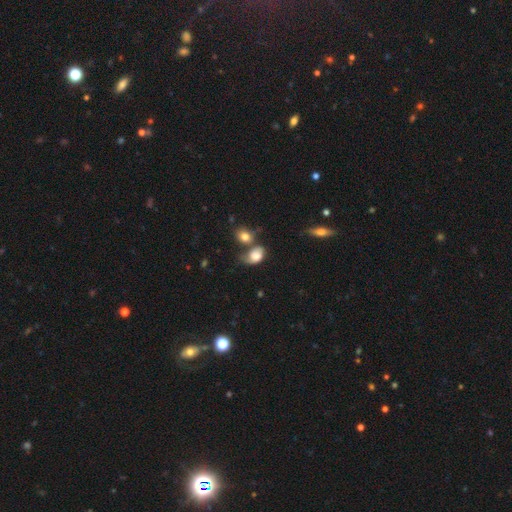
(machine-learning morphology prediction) Overall: smooth (66%). How rounded: in between (72%). Merging: merger (35%; none 25%).